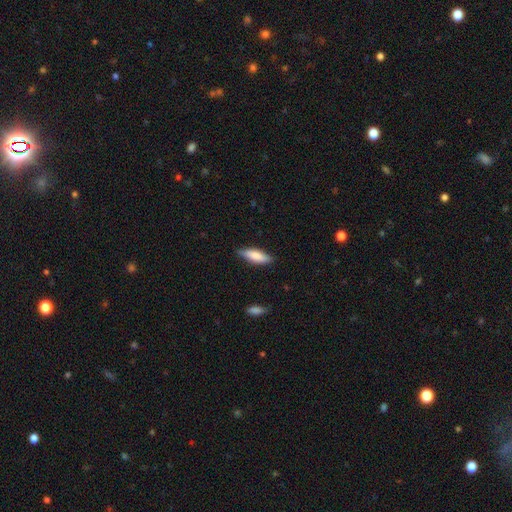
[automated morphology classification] A smooth galaxy with no disk features (76%) that is in between round and cigar-shaped (51%). Merging: none (80%).